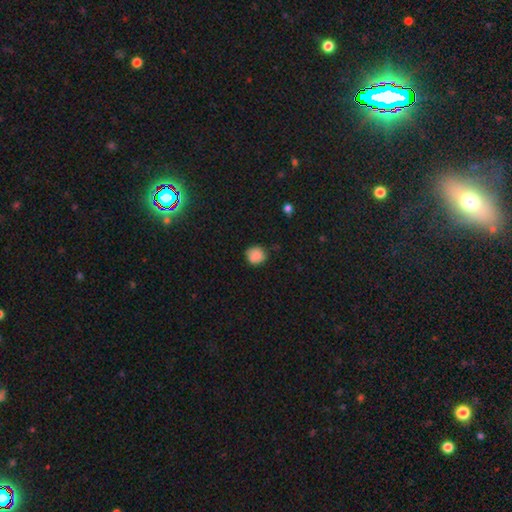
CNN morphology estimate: Smooth or featured? Predicted: smooth (p=0.87). How rounded? Predicted: round (p=0.90). Merging? Predicted: none (p=0.82).